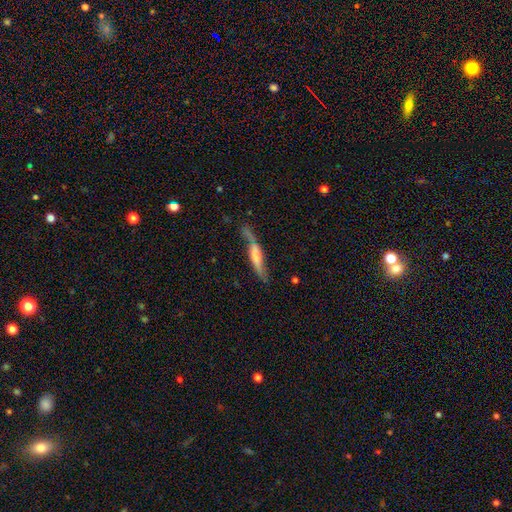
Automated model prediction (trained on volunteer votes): Smooth or featured: smooth — 53% (featured or disk — 40%)
How rounded: cigar-shaped — 83% (in between — 15%)
Merging: none — 46% (minor disturbance — 29%)